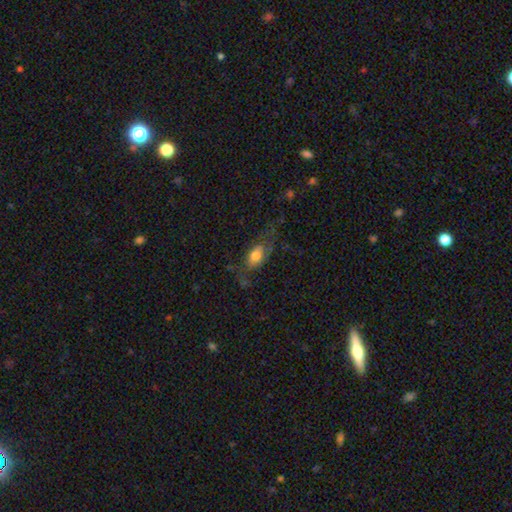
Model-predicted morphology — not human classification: Smooth or featured?
  - smooth: 58% *
  - featured or disk: 33%
  - star or artifact: 9%
How rounded?
  - in between: 77% *
  - cigar-shaped: 13%
  - round: 10%
Merging?
  - none: 45% *
  - major disturbance: 28%
  - minor disturbance: 24%
  - merger: 3%